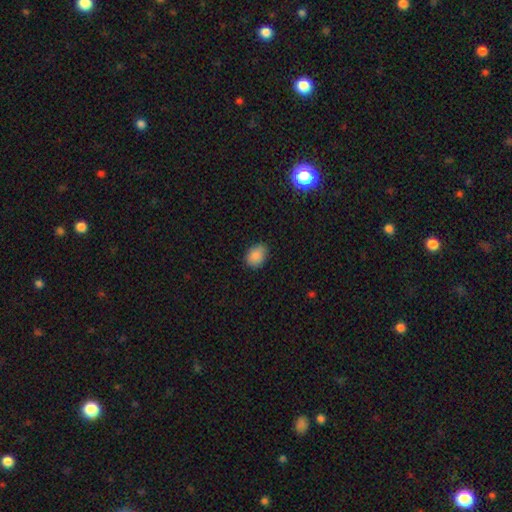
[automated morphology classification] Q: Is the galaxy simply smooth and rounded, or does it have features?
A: smooth — 88%.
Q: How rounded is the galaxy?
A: in between — 68%.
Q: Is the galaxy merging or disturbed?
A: none — 82%.